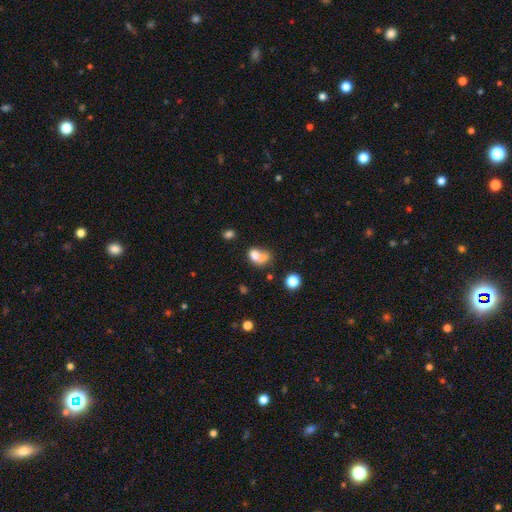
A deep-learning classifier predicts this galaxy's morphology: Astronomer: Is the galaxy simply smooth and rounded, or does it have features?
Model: smooth — 72%.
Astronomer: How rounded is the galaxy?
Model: in between — 64%.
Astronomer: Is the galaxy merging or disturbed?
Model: merger — 43% (runner-up: none, 25%).